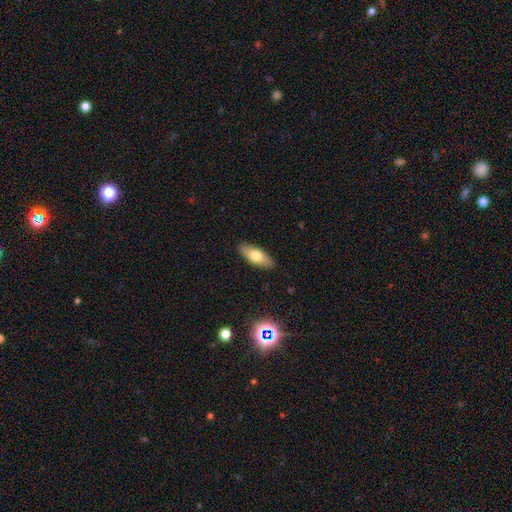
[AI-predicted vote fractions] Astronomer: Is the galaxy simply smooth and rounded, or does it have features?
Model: smooth — 68%.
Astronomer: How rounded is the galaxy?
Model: in between — 73%.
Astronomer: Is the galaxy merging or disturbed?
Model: none — 89%.